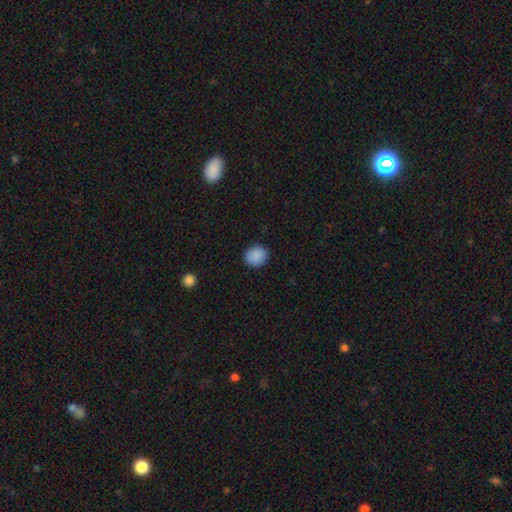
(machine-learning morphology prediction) type=smooth (89%); roundness=round (77%); merging=none (89%).